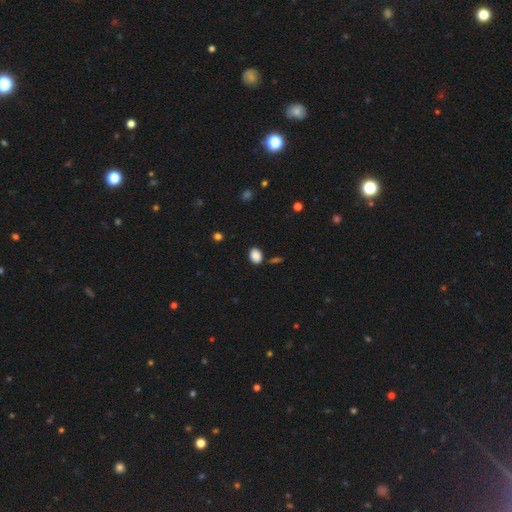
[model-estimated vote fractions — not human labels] A smooth galaxy with no disk features (87%) that is in between round and cigar-shaped (72%). Merging: none (81%).